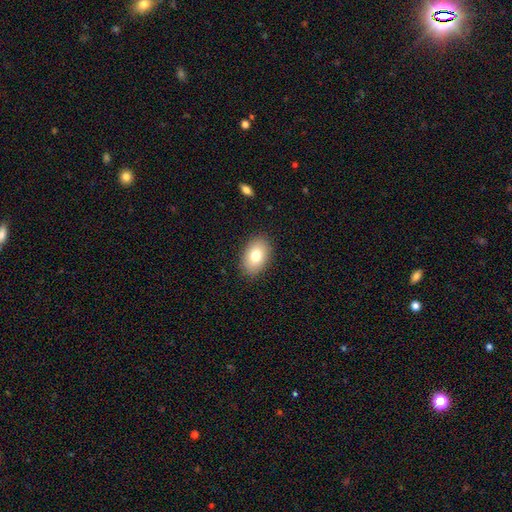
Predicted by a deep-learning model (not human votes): Morphology: type=smooth (78%); roundness=in between (88%); merging=none (88%).